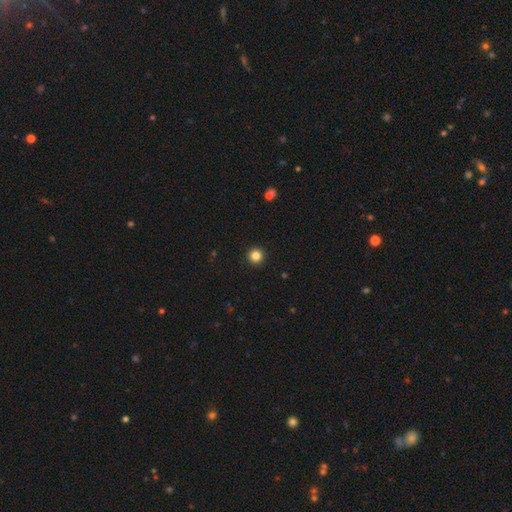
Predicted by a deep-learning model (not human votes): A smooth galaxy with no disk features (84%) that is round (96%).

Vote fractions:
- Smooth or featured? smooth: 84% / star or artifact: 11% / featured or disk: 4%
- How rounded? round: 96% / in between: 3% / cigar-shaped: 1%
- Merging? none: 94% / minor disturbance: 4% / major disturbance: 1% / merger: 1%